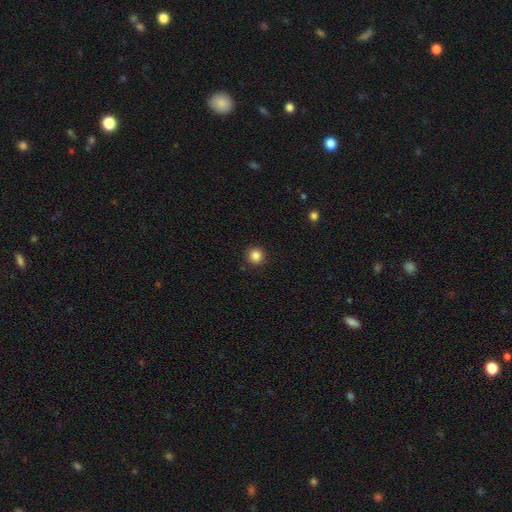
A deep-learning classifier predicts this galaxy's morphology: smooth_or_featured: smooth (p=0.85) [alt: star or artifact p=0.11]
how_rounded: round (p=0.95) [alt: in between p=0.04]
merging: none (p=0.92) [alt: minor disturbance p=0.05]